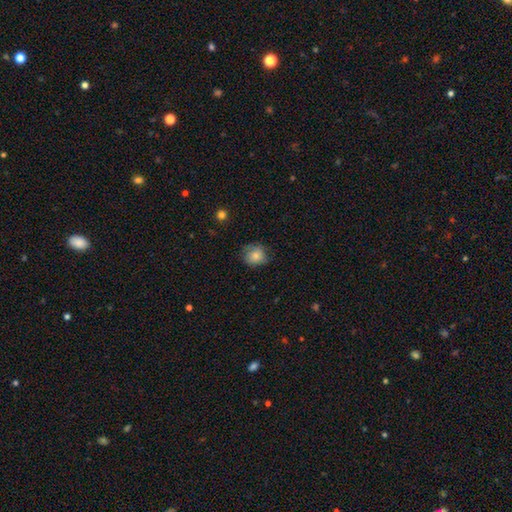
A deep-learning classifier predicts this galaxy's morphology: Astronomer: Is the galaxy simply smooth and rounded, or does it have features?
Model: smooth — 79%.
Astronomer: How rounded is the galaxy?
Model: round — 77%.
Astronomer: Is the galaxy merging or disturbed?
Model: none — 67%.